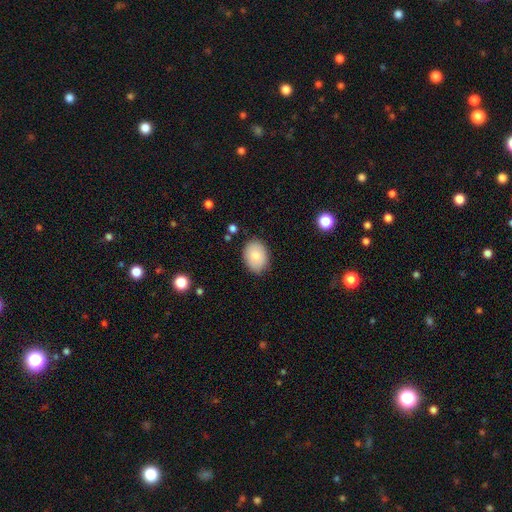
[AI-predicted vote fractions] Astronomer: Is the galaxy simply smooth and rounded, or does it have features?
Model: smooth — 81%.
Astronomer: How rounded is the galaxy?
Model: in between — 73%.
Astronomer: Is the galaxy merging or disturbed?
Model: none — 84%.